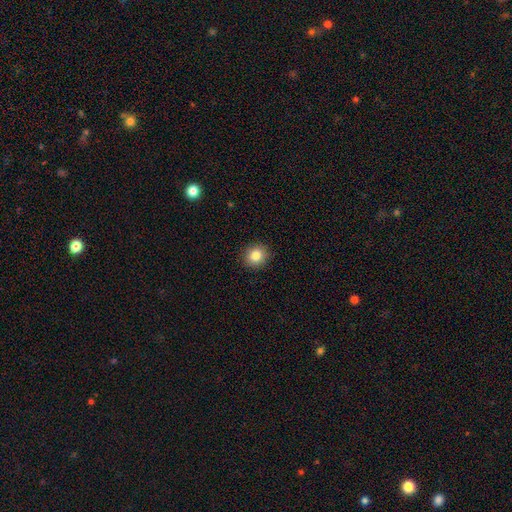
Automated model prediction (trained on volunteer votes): The model was most divided on "how rounded": round: 85%, in between: 14%, cigar-shaped: 1%. More confident: merging — none (91%); smooth or featured — smooth (84%).